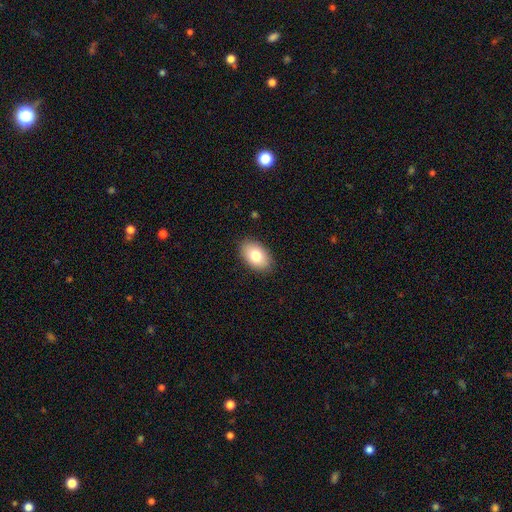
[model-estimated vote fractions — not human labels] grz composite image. It shows a smooth galaxy with no disk features (81%) that is in between round and cigar-shaped (91%). Merging: none (88%).